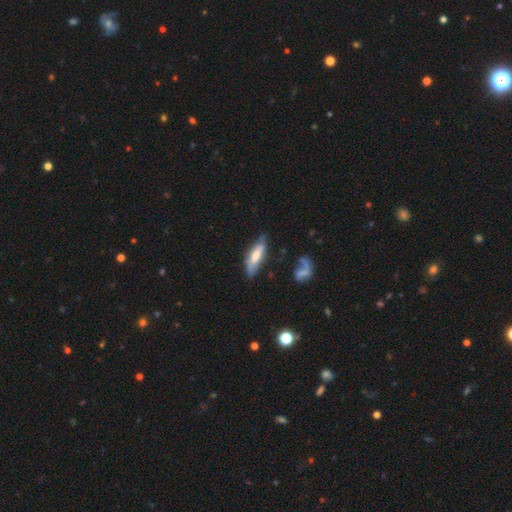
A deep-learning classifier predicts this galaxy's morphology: Smooth or featured? Predicted: smooth (p=0.57). How rounded? Predicted: in between (p=0.51). Merging? Predicted: none (p=0.59).